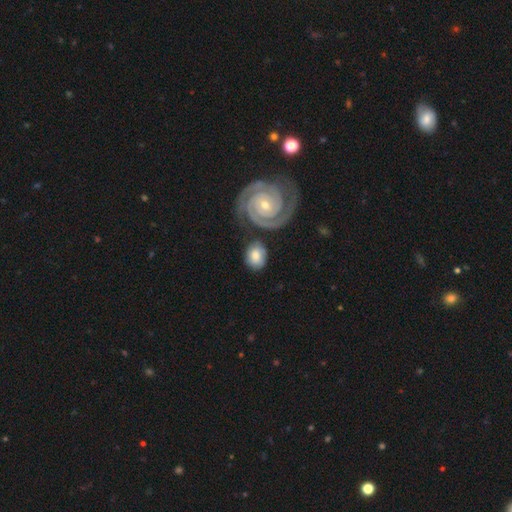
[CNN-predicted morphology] smooth 49%, featured or disk 45%, star or artifact 6%. Down the decision tree: merging — none (70%).